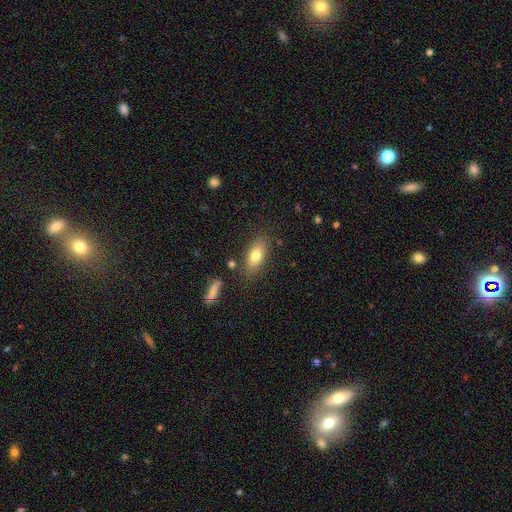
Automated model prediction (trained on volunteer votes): Q: Smooth or featured?
A: smooth (76%); runner-up: featured or disk (16%)
Q: How rounded?
A: in between (82%); runner-up: cigar-shaped (13%)
Q: Merging?
A: none (80%); runner-up: minor disturbance (12%)